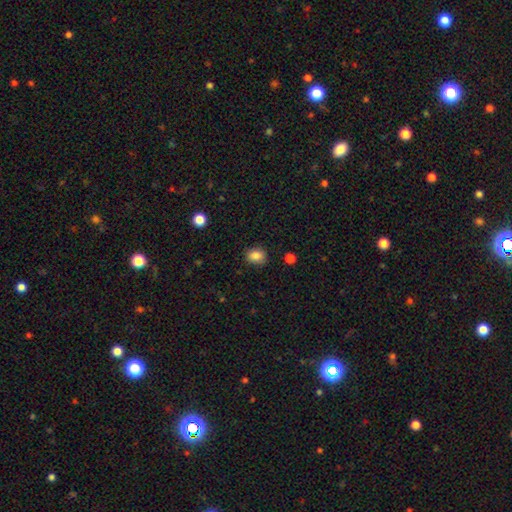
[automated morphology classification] smooth-or-featured: smooth: 86% | star or artifact: 10% | featured or disk: 5%
  how-rounded: round: 53% | in between: 46% | cigar-shaped: 1%
  merging: none: 83% | minor disturbance: 13% | major disturbance: 3% | merger: 2%